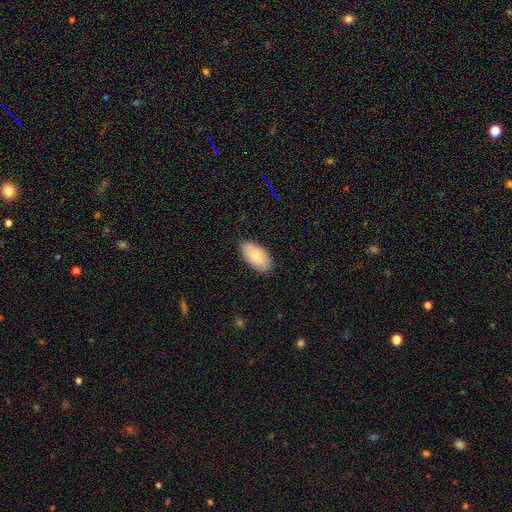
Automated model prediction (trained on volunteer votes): Smooth or featured? smooth (78%)
How rounded? in between (95%)
Merging? none (85%)